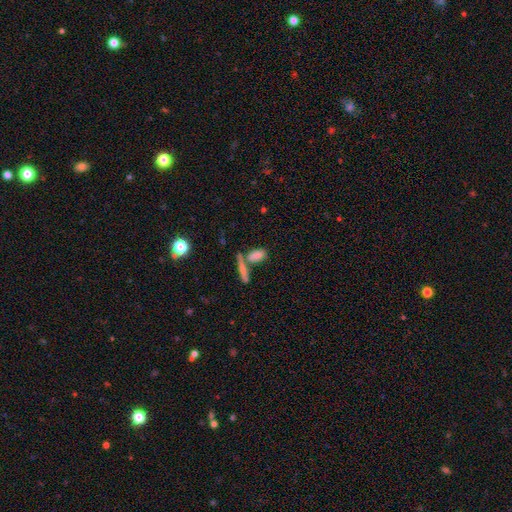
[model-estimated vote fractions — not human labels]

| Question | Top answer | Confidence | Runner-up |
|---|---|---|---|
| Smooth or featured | smooth | 68% | featured or disk (19%) |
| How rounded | in between | 64% | cigar-shaped (28%) |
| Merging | none | 49% | merger (37%) |